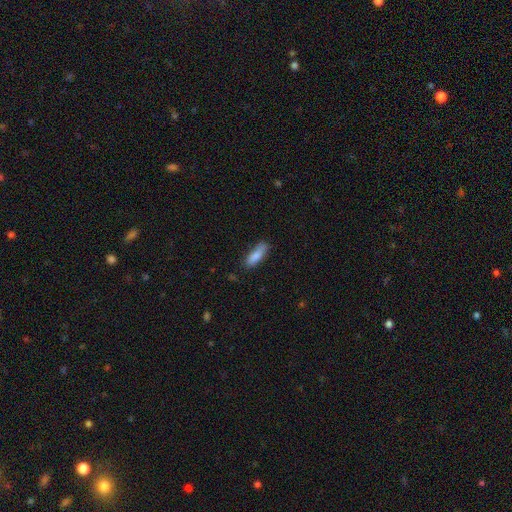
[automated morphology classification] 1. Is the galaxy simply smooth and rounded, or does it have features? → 84% smooth, 9% featured or disk, 7% star or artifact.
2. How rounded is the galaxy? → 50% in between, 48% cigar-shaped, 2% round.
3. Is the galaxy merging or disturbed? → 72% none, 21% minor disturbance, 4% major disturbance, 3% merger.